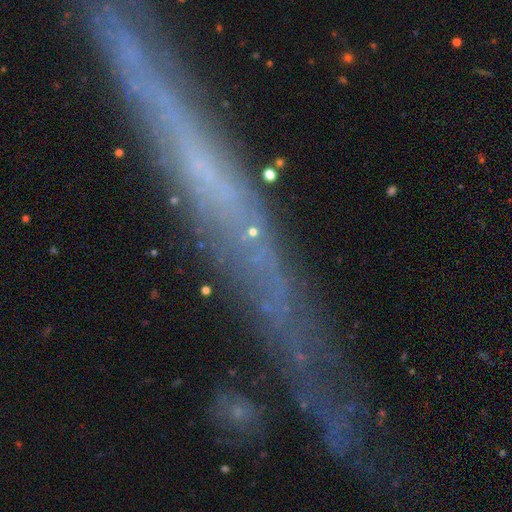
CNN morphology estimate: A featured or disk galaxy (56%) viewed edge-on (77%).

Vote fractions:
- Smooth or featured? featured or disk: 56% / smooth: 28% / star or artifact: 16%
- Edge-on disk? yes: 77% / no: 23%
- Merging? none: 68% / minor disturbance: 18% / major disturbance: 8% / merger: 5%